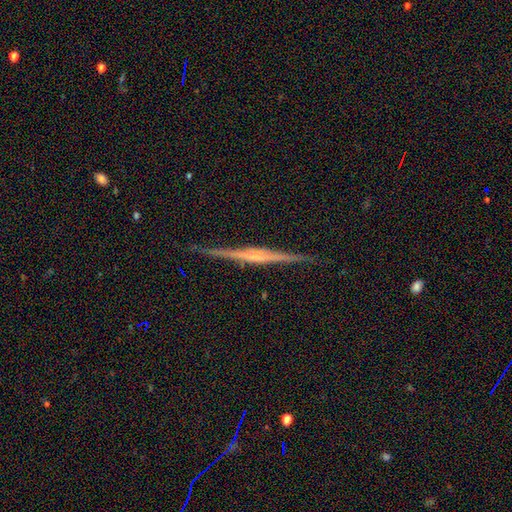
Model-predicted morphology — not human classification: featured or disk 79%, star or artifact 10%, smooth 10%. Down the decision tree: edge-on disk — yes (98%); edge-on bulge — rounded (56%); merging — none (92%).